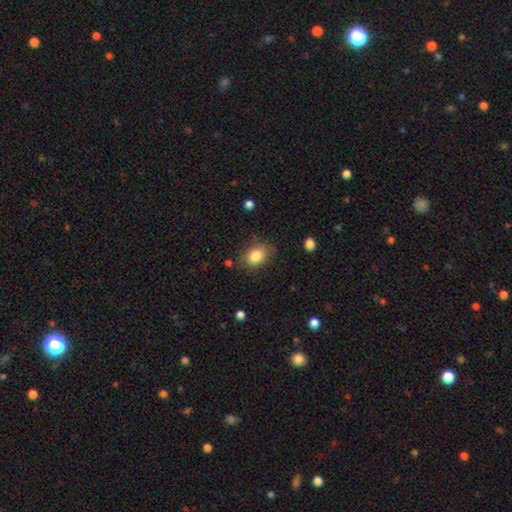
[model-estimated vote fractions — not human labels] Smooth or featured: smooth — 83% (featured or disk — 8%)
How rounded: in between — 65% (round — 34%)
Merging: none — 74% (minor disturbance — 19%)